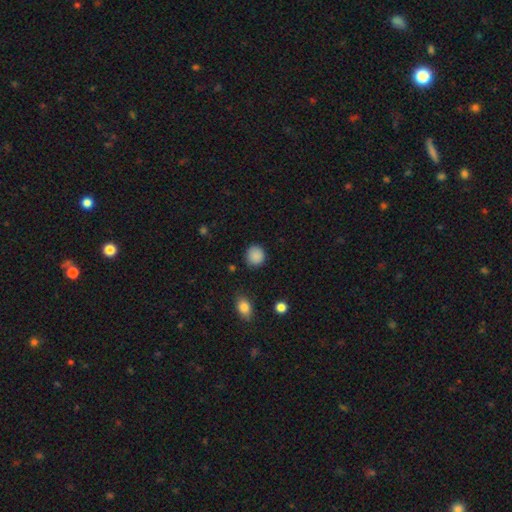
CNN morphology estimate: smooth 88%, star or artifact 9%, featured or disk 3%. Down the decision tree: how rounded — round (88%); merging — none (87%).